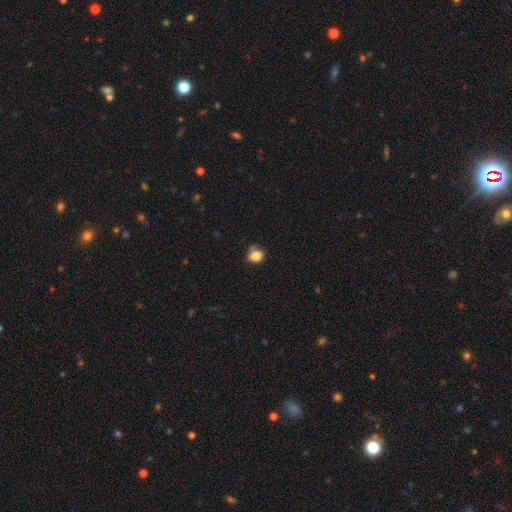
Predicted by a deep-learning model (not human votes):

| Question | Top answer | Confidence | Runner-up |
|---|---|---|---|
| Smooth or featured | smooth | 83% | star or artifact (10%) |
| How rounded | round | 54% | in between (45%) |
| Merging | none | 52% | minor disturbance (30%) |